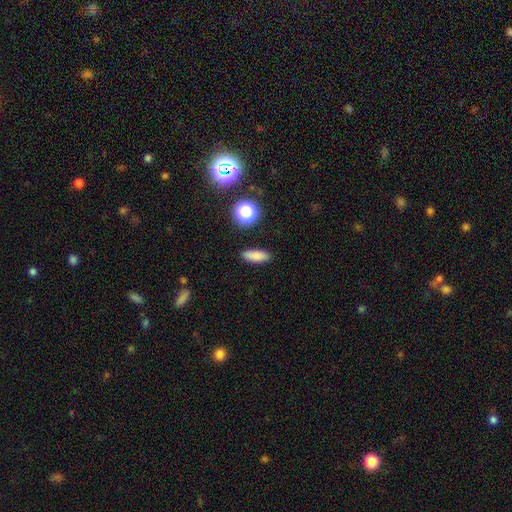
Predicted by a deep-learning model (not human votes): This appears to be a smooth galaxy with no disk features (82%) that is in between round and cigar-shaped (60%). Merging: none (88%).